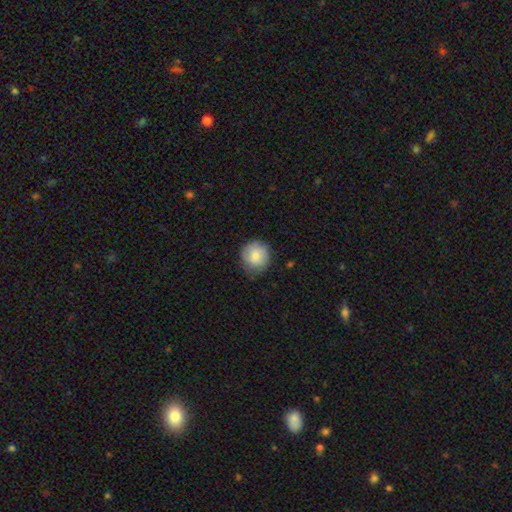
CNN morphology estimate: Smooth or featured?
  - smooth: 81% *
  - featured or disk: 12%
  - star or artifact: 7%
How rounded?
  - round: 90% *
  - in between: 9%
  - cigar-shaped: 1%
Merging?
  - none: 78% *
  - minor disturbance: 18%
  - major disturbance: 3%
  - merger: 1%